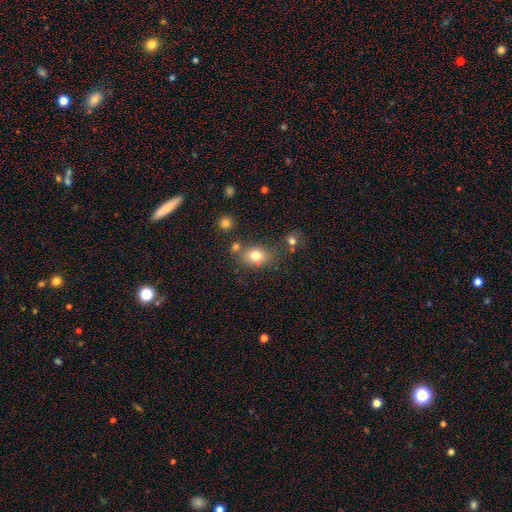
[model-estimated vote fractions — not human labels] smooth_or_featured: smooth (p=0.78) [alt: star or artifact p=0.12]
how_rounded: in between (p=0.63) [alt: round p=0.36]
merging: none (p=0.68) [alt: minor disturbance p=0.15]